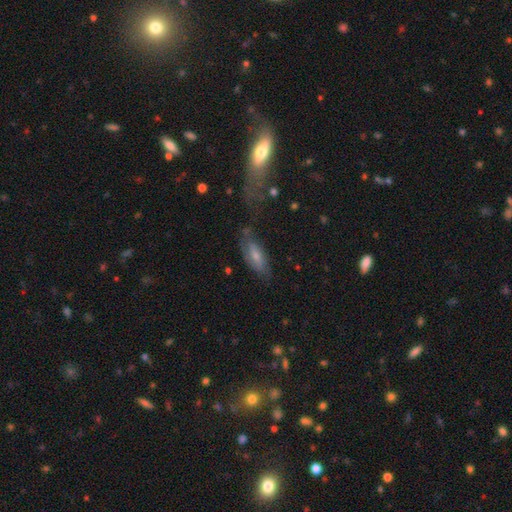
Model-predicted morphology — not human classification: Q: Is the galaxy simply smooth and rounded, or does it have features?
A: smooth — 49%.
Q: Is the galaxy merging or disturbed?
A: none — 53%.